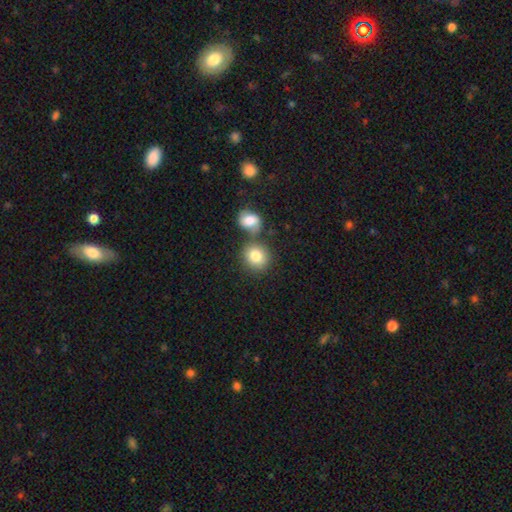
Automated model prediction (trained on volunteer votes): This appears to be a smooth galaxy with no disk features (83%) that is round (80%). Merging: none (57%).